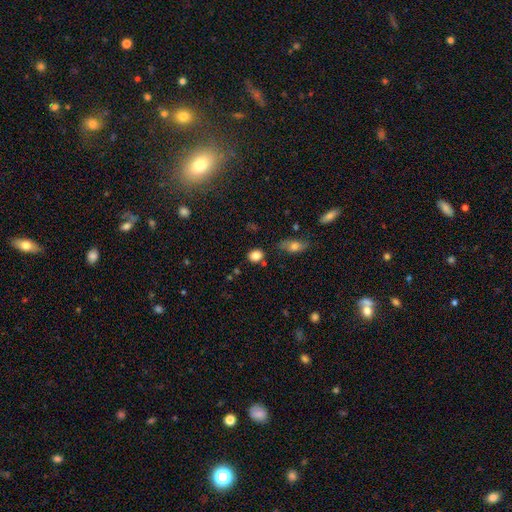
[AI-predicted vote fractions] The model was most divided on "how rounded": round: 56%, in between: 43%, cigar-shaped: 2%. More confident: smooth or featured — smooth (85%); merging — none (77%).